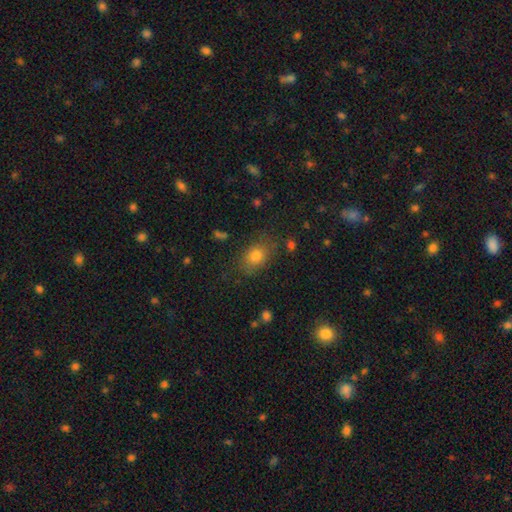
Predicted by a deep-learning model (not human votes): Smooth or featured?
  - smooth: 78% *
  - star or artifact: 12%
  - featured or disk: 10%
How rounded?
  - in between: 68% *
  - round: 30%
  - cigar-shaped: 1%
Merging?
  - none: 77% *
  - minor disturbance: 16%
  - major disturbance: 5%
  - merger: 2%